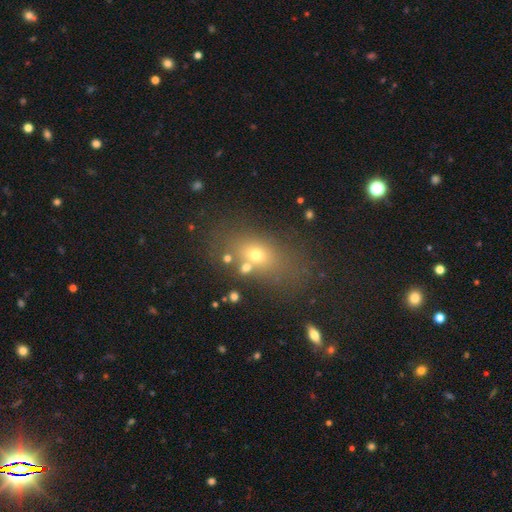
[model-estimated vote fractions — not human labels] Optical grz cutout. It shows a smooth galaxy with no disk features (61%) that is in between round and cigar-shaped (70%). Merging: none (66%).